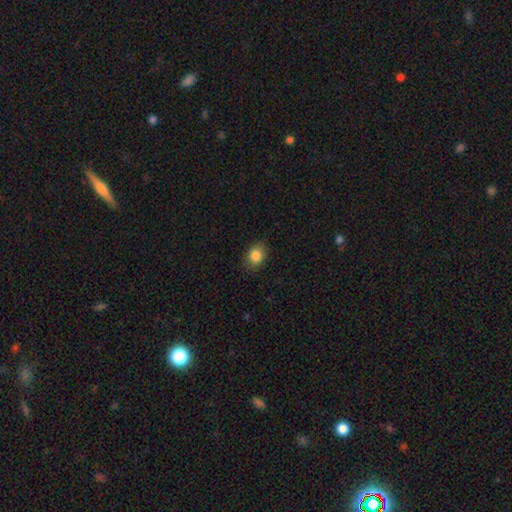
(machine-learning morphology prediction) type=smooth (84%); roundness=in between (64%); merging=none (84%).